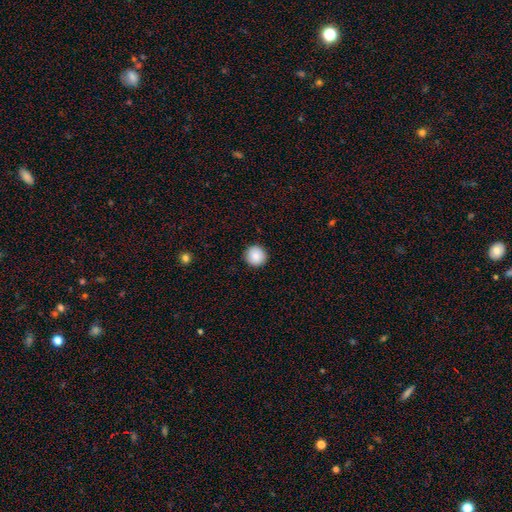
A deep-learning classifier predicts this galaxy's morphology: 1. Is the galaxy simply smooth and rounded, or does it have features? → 88% smooth, 8% star or artifact, 5% featured or disk.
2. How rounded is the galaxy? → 96% round, 3% in between, 1% cigar-shaped.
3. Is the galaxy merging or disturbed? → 93% none, 5% minor disturbance, 2% major disturbance, 1% merger.